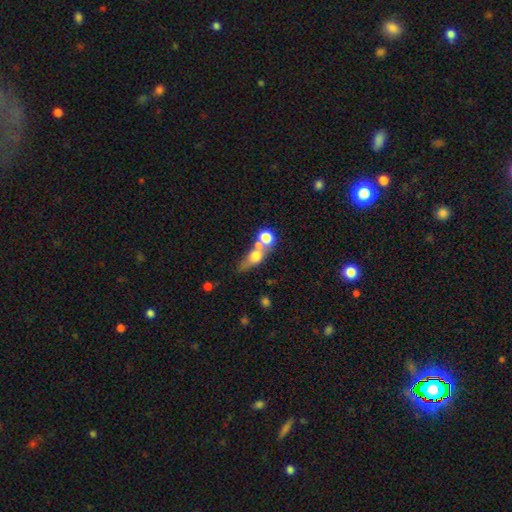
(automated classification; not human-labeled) This appears to be a smooth galaxy with no disk features (59%) that is in between round and cigar-shaped (44%). Merging: merger (42%).